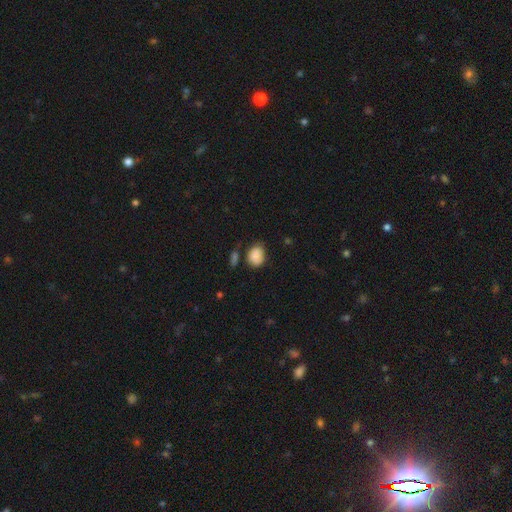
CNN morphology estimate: This appears to be a smooth galaxy with no disk features (87%) that is in between round and cigar-shaped (64%). Merging: none (61%).